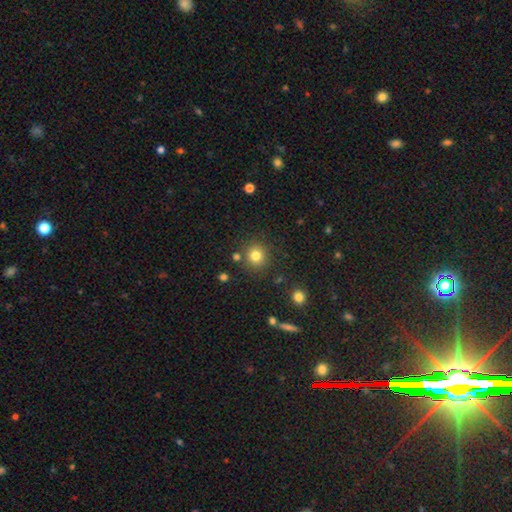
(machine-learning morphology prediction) A smooth galaxy with no disk features (81%) that is round (91%). Merging: none (84%).